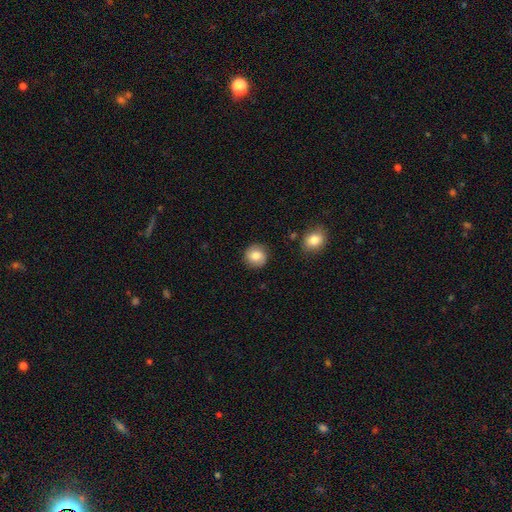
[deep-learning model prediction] A smooth galaxy with no disk features (78%) that is round (91%). Merging: none (86%).